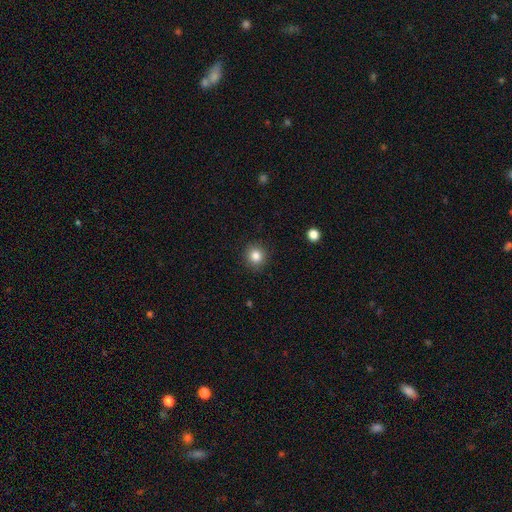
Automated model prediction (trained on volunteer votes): Smooth or featured: smooth — 84% (star or artifact — 11%)
How rounded: round — 91% (in between — 8%)
Merging: none — 91% (minor disturbance — 6%)